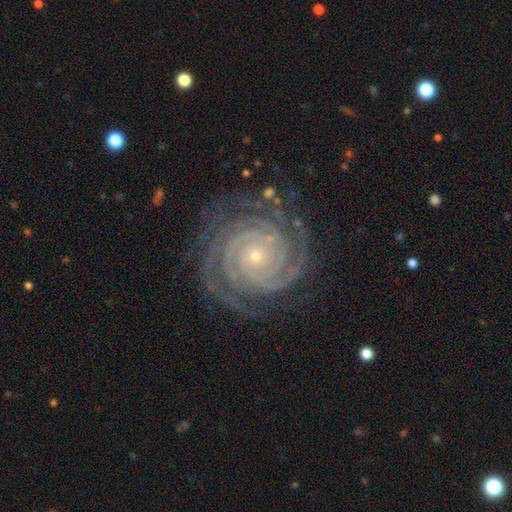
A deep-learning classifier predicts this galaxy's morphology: Overall: featured or disk (92%). Edge-on disk: no (98%). Bar: no (76%). Spiral arms: yes (99%). Spiral arm count: 2 (26%; 4 22%). Spiral winding: tight (89%). Bulge size: small (84%). Merging: none (81%).